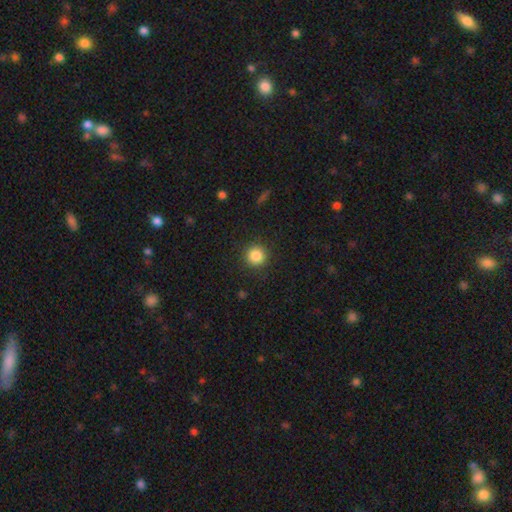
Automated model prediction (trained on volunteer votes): smooth_or_featured: smooth (p=0.86) [alt: star or artifact p=0.10]
how_rounded: round (p=0.94) [alt: in between p=0.05]
merging: none (p=0.91) [alt: minor disturbance p=0.06]